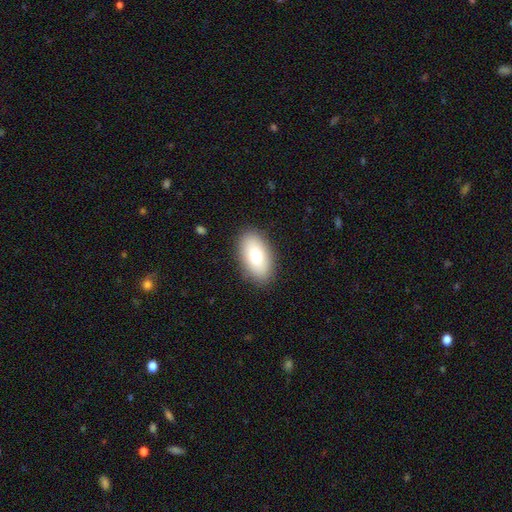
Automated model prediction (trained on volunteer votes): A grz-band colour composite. It shows a smooth galaxy with no disk features (75%) that is in between round and cigar-shaped (93%). Merging: none (88%).